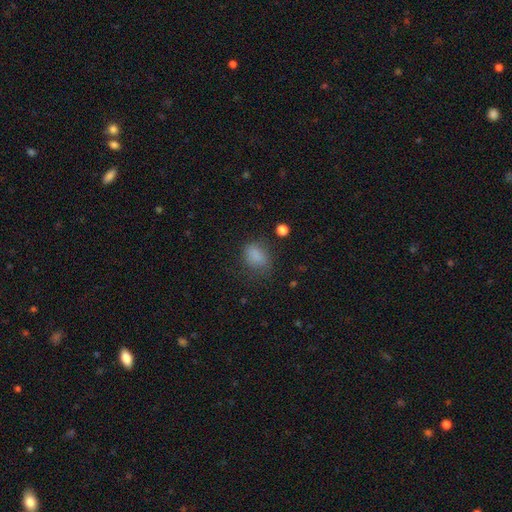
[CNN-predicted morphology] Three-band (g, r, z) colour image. It shows a smooth galaxy with no disk features (81%) that is in between round and cigar-shaped (74%). Merging: none (66%).